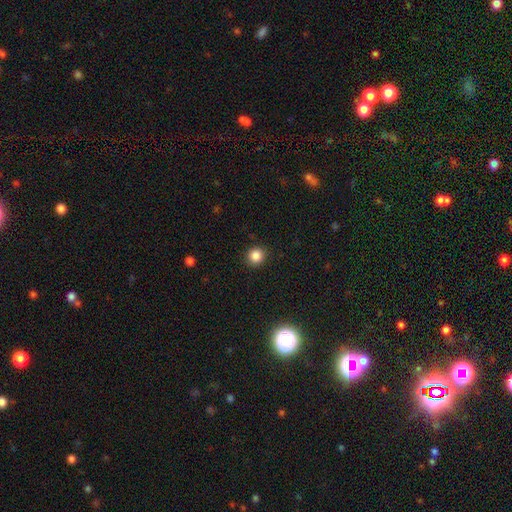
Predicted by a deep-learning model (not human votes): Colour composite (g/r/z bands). It shows a smooth galaxy with no disk features (86%) that is round (91%). Merging: none (91%).